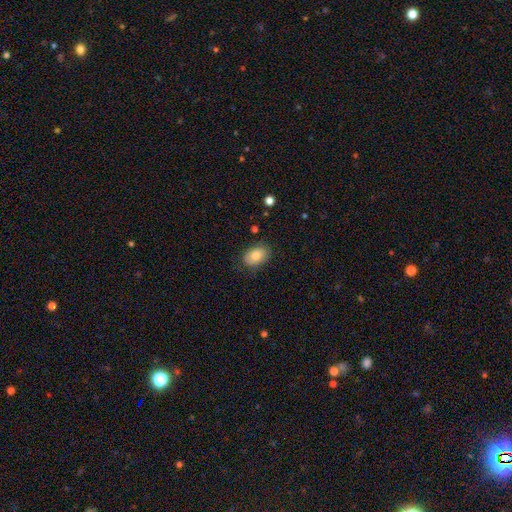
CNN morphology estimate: Overall: smooth (81%). How rounded: in between (82%). Merging: none (82%).